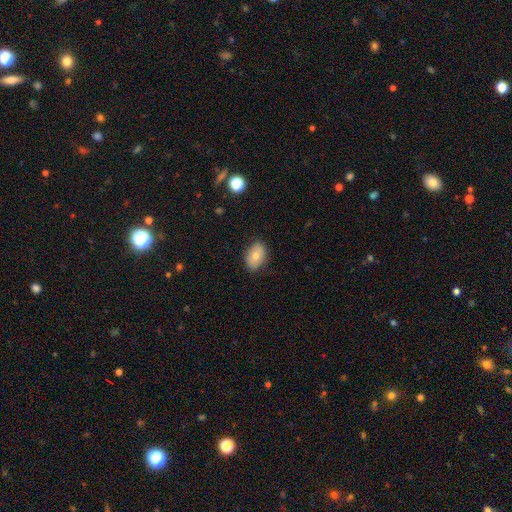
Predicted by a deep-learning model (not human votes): A smooth galaxy with no disk features (73%) that is in between round and cigar-shaped (86%). Merging: none (85%).